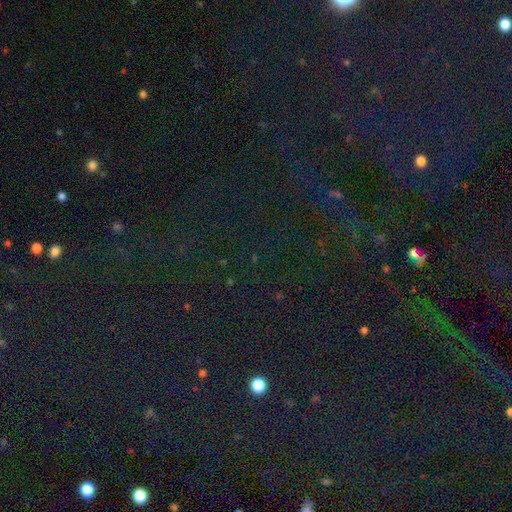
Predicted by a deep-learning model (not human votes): Smooth or featured: star or artifact — 81% (smooth — 12%)